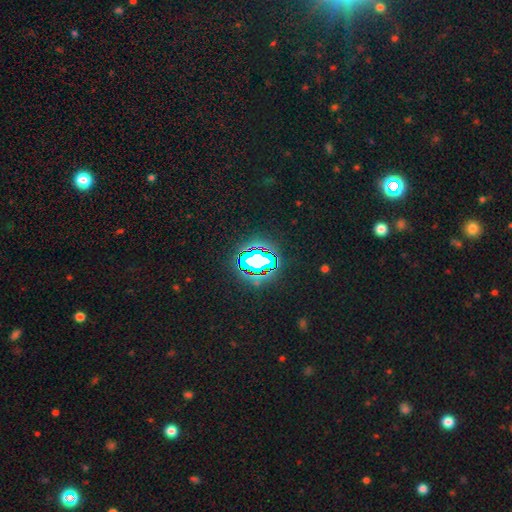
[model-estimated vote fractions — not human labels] This appears to be a star or artifact, not a galaxy (75%).